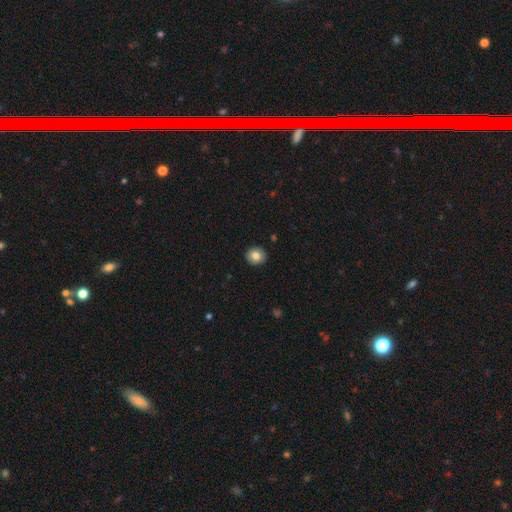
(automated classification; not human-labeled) Smooth or featured: smooth — 79% (featured or disk — 13%)
How rounded: round — 81% (in between — 19%)
Merging: none — 92% (minor disturbance — 6%)